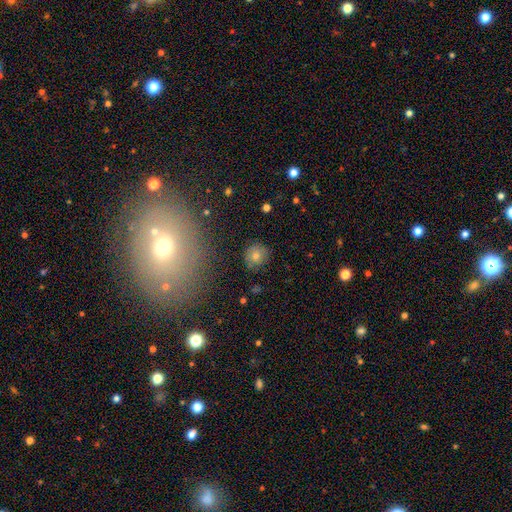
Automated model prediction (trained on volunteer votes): Smooth or featured?
  - smooth: 76% *
  - featured or disk: 12%
  - star or artifact: 12%
How rounded?
  - round: 88% *
  - in between: 11%
  - cigar-shaped: 1%
Merging?
  - none: 83% *
  - minor disturbance: 12%
  - major disturbance: 3%
  - merger: 2%